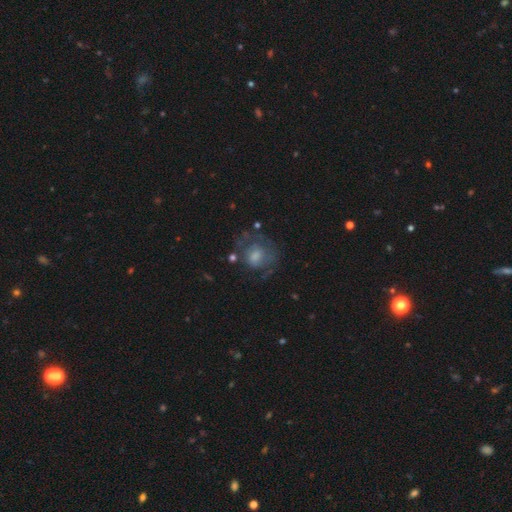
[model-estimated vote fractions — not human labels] A smooth galaxy with no disk features (48%). Merging: none (46%).